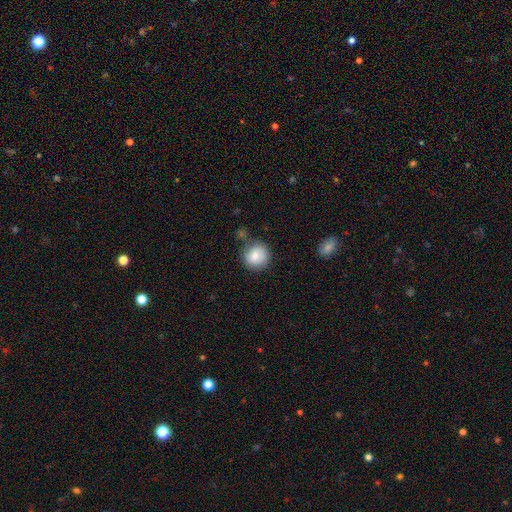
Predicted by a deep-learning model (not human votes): Q: Smooth or featured?
A: smooth (78%); runner-up: featured or disk (14%)
Q: How rounded?
A: round (91%); runner-up: in between (8%)
Q: Merging?
A: none (70%); runner-up: minor disturbance (17%)